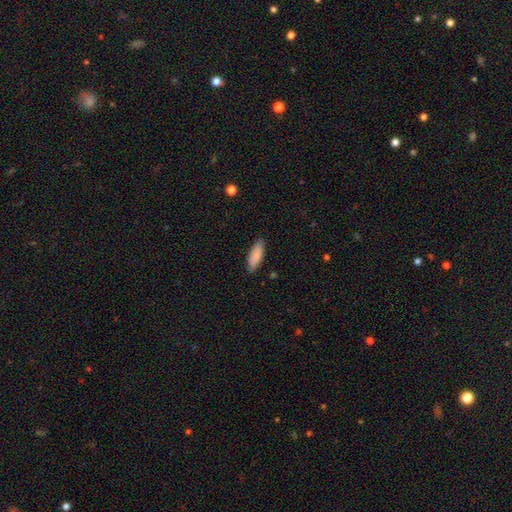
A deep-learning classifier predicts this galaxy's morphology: Smooth or featured?
  - smooth: 87% *
  - featured or disk: 7%
  - star or artifact: 6%
How rounded?
  - in between: 64% *
  - cigar-shaped: 34%
  - round: 2%
Merging?
  - none: 85% *
  - minor disturbance: 12%
  - major disturbance: 2%
  - merger: 1%